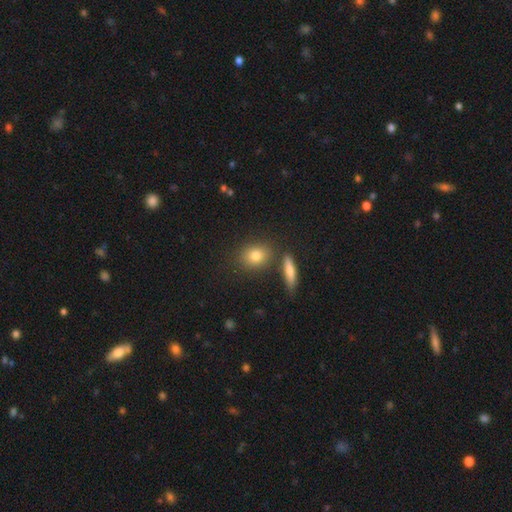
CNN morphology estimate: smooth-or-featured: smooth: 79% | featured or disk: 11% | star or artifact: 10%
  how-rounded: in between: 52% | round: 42% | cigar-shaped: 6%
  merging: none: 76% | merger: 11% | minor disturbance: 10% | major disturbance: 3%